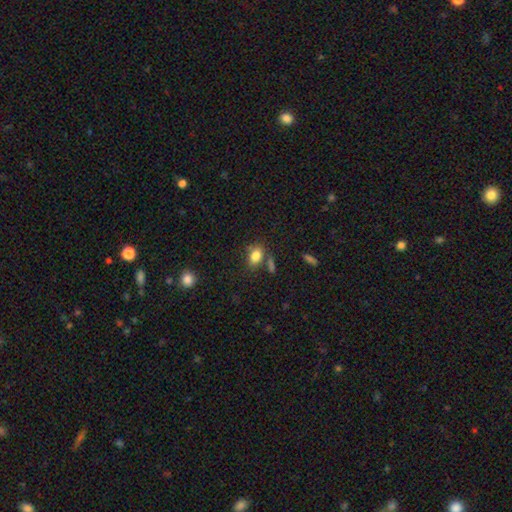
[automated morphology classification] A smooth galaxy with no disk features (82%) that is in between round and cigar-shaped (79%).

Vote fractions:
- Smooth or featured? smooth: 82% / star or artifact: 10% / featured or disk: 8%
- How rounded? in between: 79% / round: 18% / cigar-shaped: 2%
- Merging? none: 68% / minor disturbance: 16% / merger: 11% / major disturbance: 5%